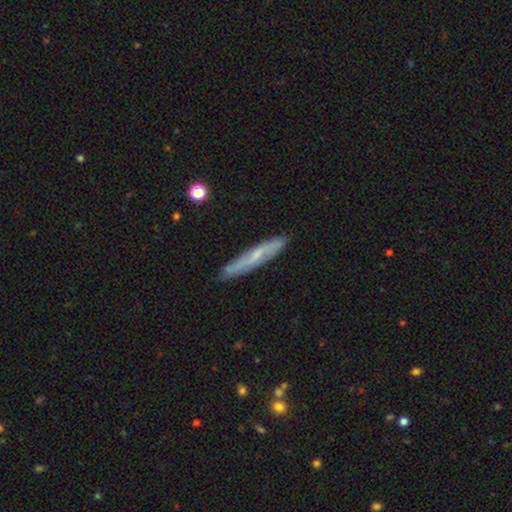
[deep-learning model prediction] featured or disk 51%, smooth 43%, star or artifact 7%. Down the decision tree: edge-on disk — yes (76%); merging — none (87%).